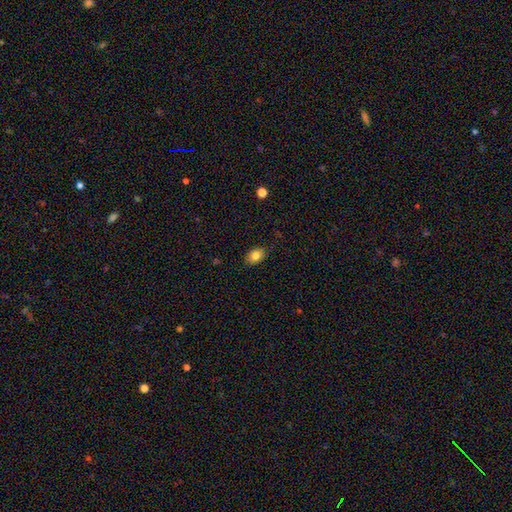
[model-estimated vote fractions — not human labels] Morphology: type=smooth (82%); roundness=in between (79%); merging=none (84%).